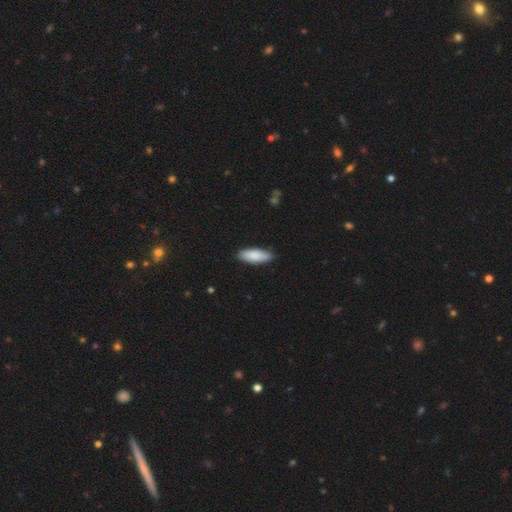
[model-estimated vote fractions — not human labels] The model was most divided on "how rounded": in between: 69%, cigar-shaped: 30%, round: 2%. More confident: merging — none (88%); smooth or featured — smooth (87%).